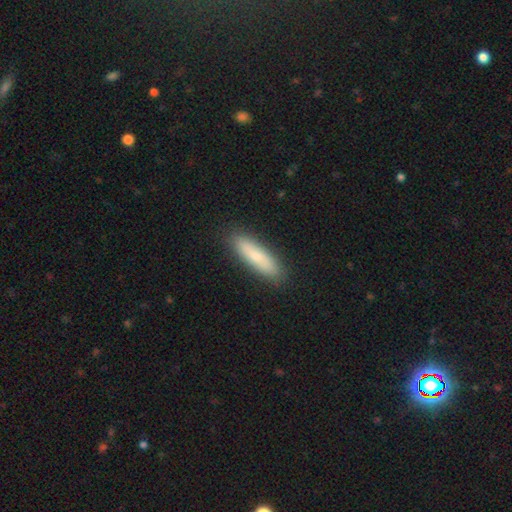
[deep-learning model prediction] This appears to be a smooth galaxy with no disk features (72%) that is cigar-shaped (71%). Merging: none (88%).